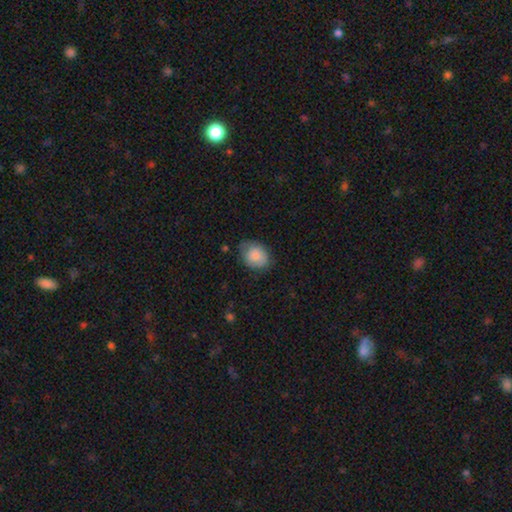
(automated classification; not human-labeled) Smooth or featured? smooth (83%)
How rounded? in between (54%)
Merging? none (66%)